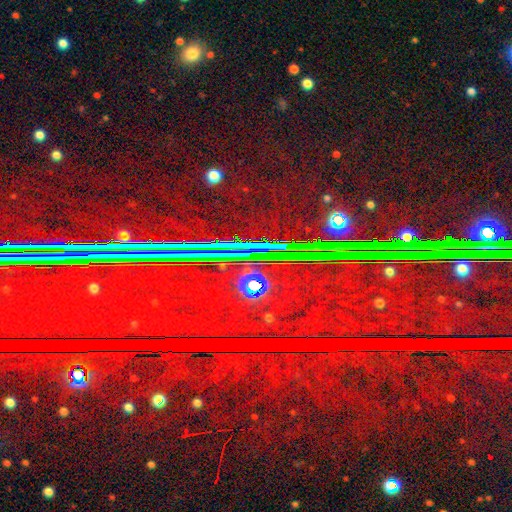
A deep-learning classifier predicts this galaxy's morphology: Smooth or featured: star or artifact — 85% (smooth — 8%)